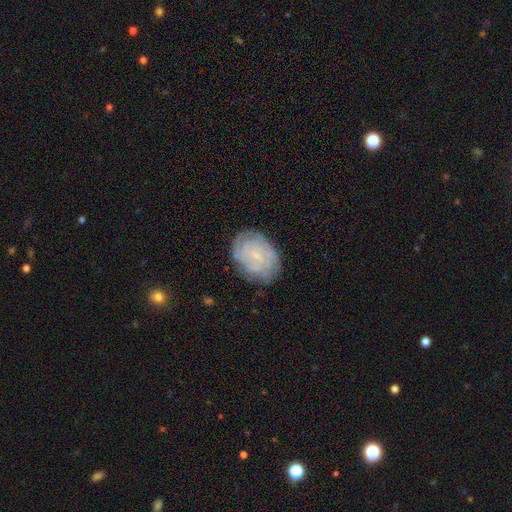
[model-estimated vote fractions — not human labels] Smooth or featured? featured or disk (71%)
Edge-on disk? no (97%)
Bar? no (68%)
Spiral arms? yes (91%)
Spiral winding? tight (73%)
Spiral arm count? can't tell (47%)
Bulge size? small (78%)
Merging? none (76%)